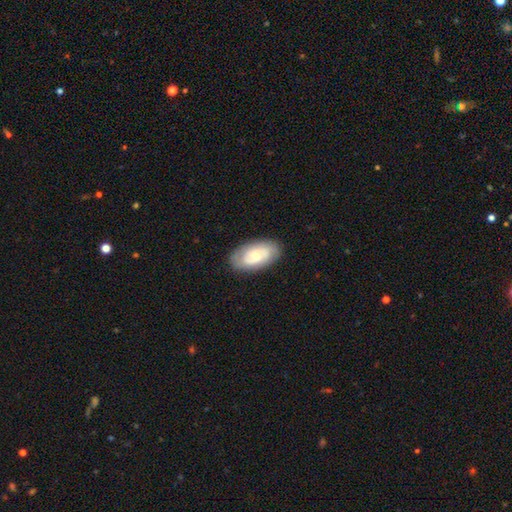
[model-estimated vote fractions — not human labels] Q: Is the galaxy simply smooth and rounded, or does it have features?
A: featured or disk — 49%.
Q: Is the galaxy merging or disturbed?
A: none — 79%.